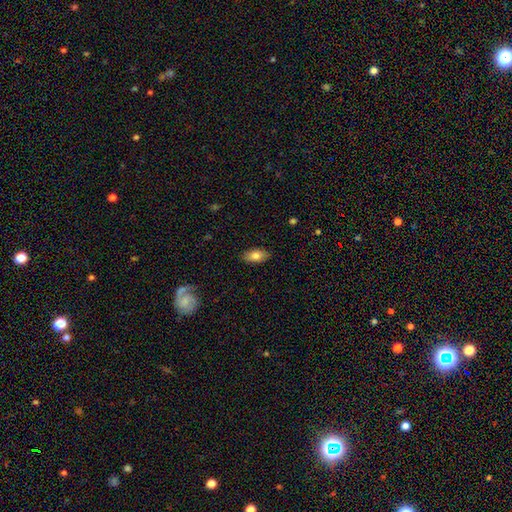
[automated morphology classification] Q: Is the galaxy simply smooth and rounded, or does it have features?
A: smooth — 80%.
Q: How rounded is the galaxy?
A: in between — 91%.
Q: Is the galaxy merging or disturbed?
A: none — 88%.